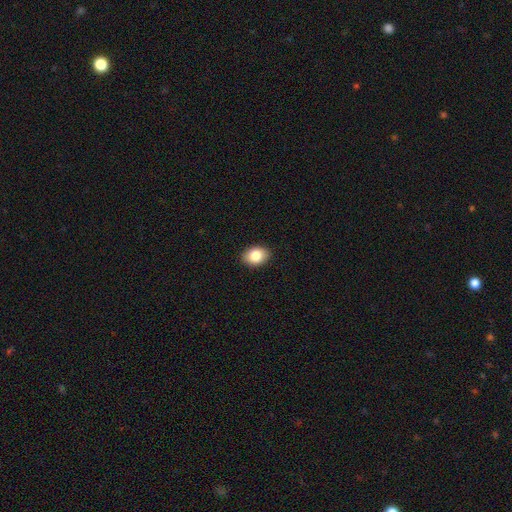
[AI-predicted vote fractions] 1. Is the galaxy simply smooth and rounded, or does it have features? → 84% smooth, 8% star or artifact, 8% featured or disk.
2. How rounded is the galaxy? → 76% in between, 23% round, 1% cigar-shaped.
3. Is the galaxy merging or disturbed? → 90% none, 8% minor disturbance, 2% major disturbance, 1% merger.